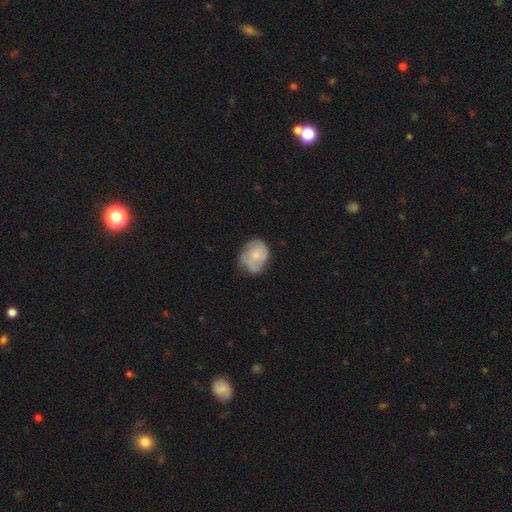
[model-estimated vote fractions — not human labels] smooth-or-featured: smooth: 48% | featured or disk: 44% | star or artifact: 7%
  merging: none: 50% | minor disturbance: 34% | major disturbance: 13% | merger: 3%